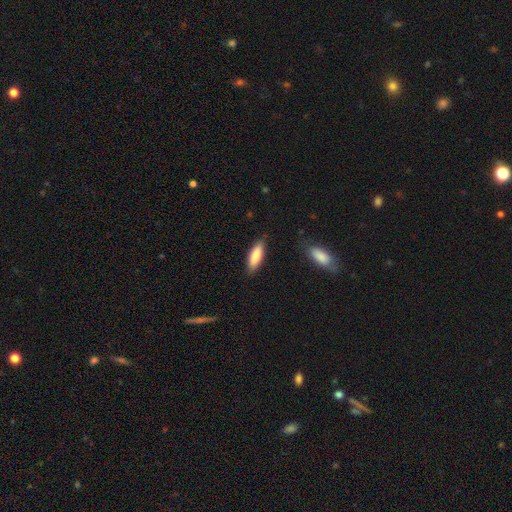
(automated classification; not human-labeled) A smooth galaxy with no disk features (85%) that is in between round and cigar-shaped (52%). Merging: none (83%).